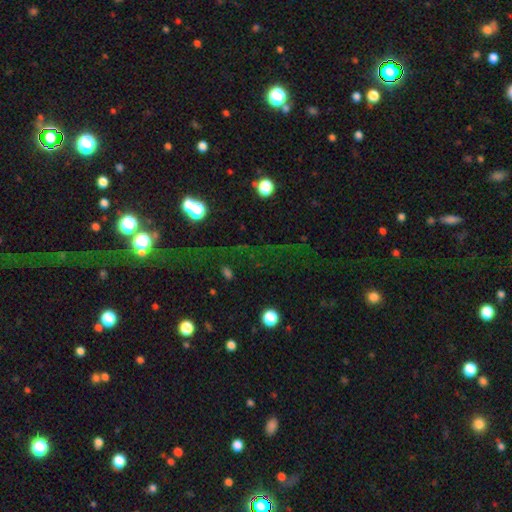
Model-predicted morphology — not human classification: A star or artifact, not a galaxy (69%).

Vote fractions:
- Smooth or featured? star or artifact: 69% / smooth: 20% / featured or disk: 11%